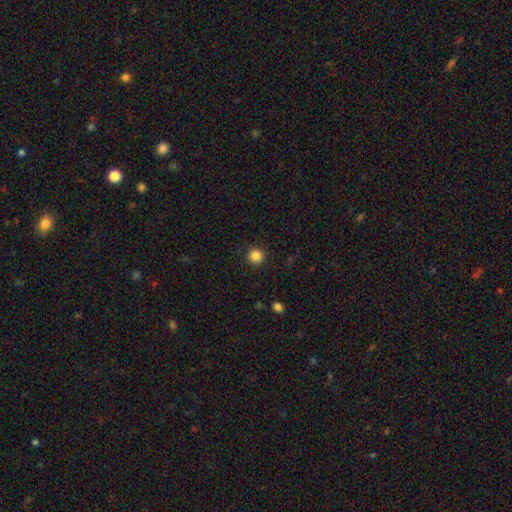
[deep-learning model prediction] Smooth or featured? Predicted: smooth (p=0.85). How rounded? Predicted: round (p=0.95). Merging? Predicted: none (p=0.92).